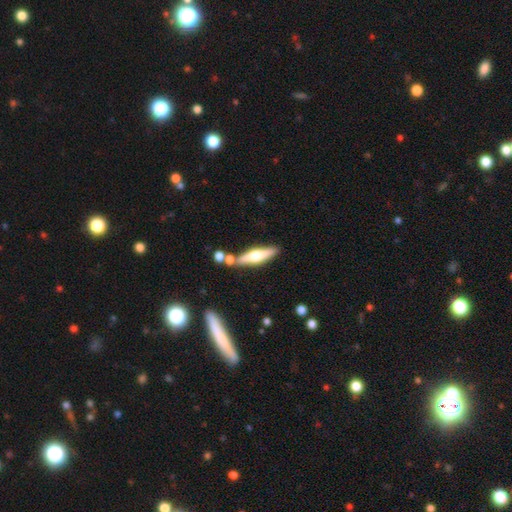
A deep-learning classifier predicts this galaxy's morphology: smooth_or_featured: featured or disk (p=0.51) [alt: smooth p=0.43]
disk_edge_on: yes (p=0.92) [alt: no p=0.08]
merging: none (p=0.77) [alt: minor disturbance p=0.11]